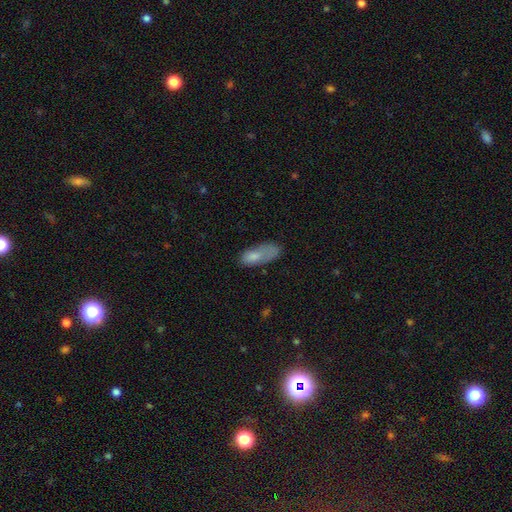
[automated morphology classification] Smooth or featured?
  - smooth: 73% *
  - featured or disk: 19%
  - star or artifact: 9%
How rounded?
  - in between: 75% *
  - cigar-shaped: 22%
  - round: 3%
Merging?
  - none: 37% *
  - minor disturbance: 31%
  - major disturbance: 26%
  - merger: 6%